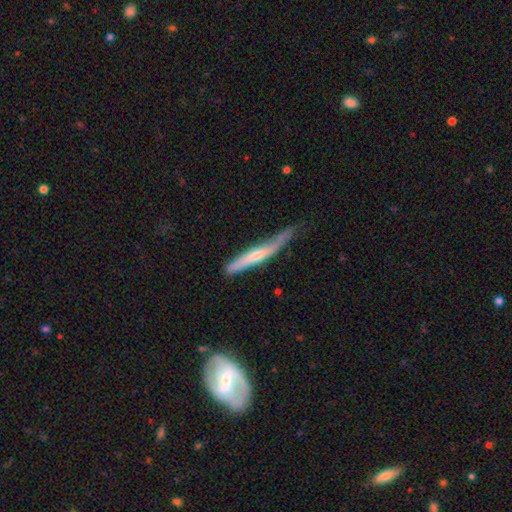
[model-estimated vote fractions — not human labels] smooth_or_featured: featured or disk (p=0.52) [alt: smooth p=0.42]
disk_edge_on: yes (p=0.84) [alt: no p=0.16]
merging: none (p=0.44) [alt: minor disturbance p=0.39]